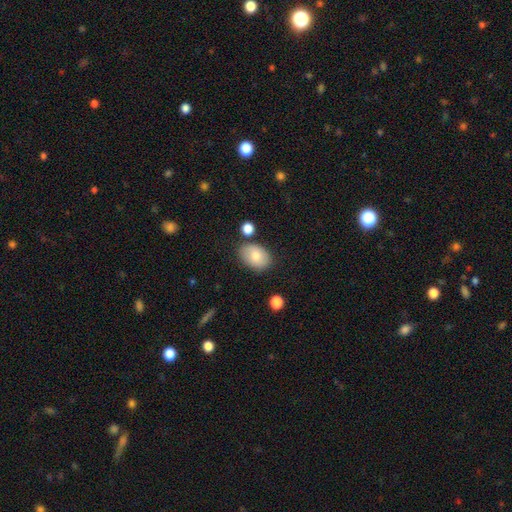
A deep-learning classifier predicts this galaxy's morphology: This appears to be a smooth galaxy with no disk features (78%) that is in between round and cigar-shaped (84%). Merging: none (77%).